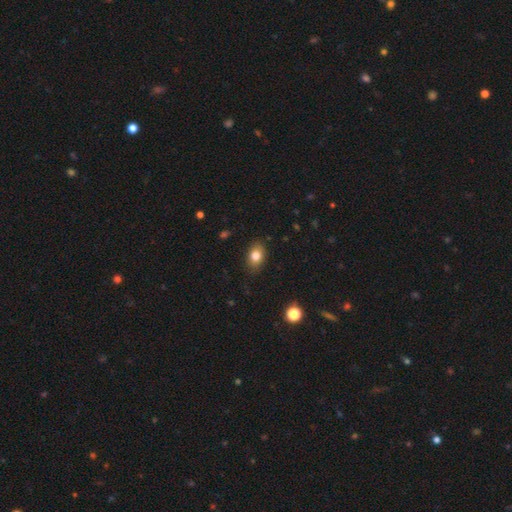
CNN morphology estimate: Smooth or featured? smooth (79%)
How rounded? in between (76%)
Merging? none (83%)